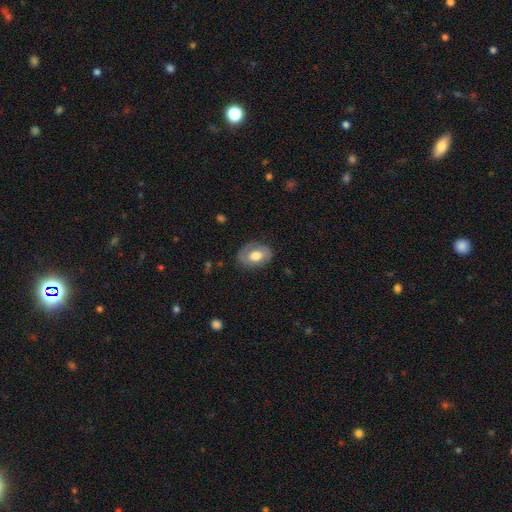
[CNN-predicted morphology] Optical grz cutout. It shows a smooth galaxy with no disk features (56%) that is in between round and cigar-shaped (81%). Merging: none (76%).